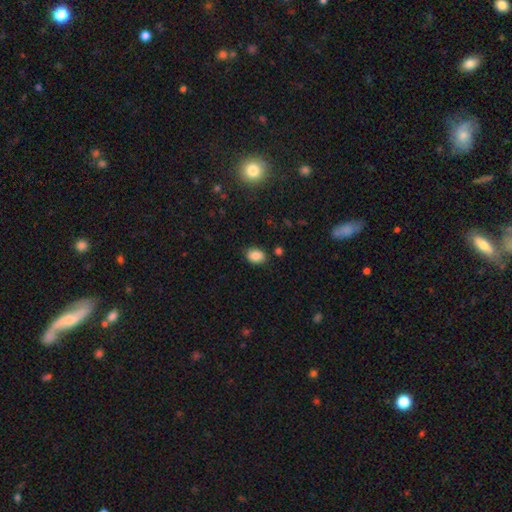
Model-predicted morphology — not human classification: This is clearly a smooth galaxy (86%). How rounded: likely in between (67%). Merging: clearly none (83%).